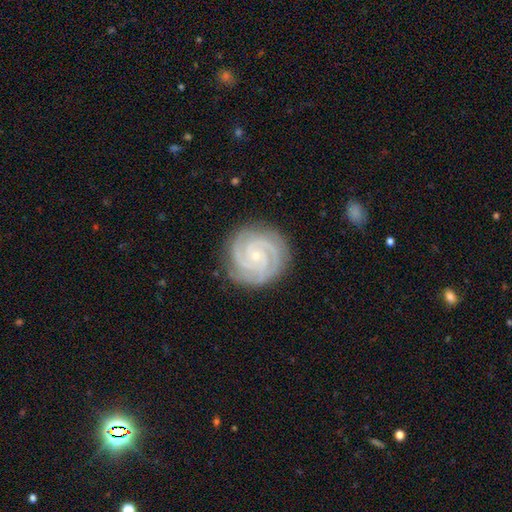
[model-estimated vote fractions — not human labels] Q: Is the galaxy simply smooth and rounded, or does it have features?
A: featured or disk — 91%.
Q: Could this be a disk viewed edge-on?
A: no — 98%.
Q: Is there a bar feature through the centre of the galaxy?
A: no — 72%.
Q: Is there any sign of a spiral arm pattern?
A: yes — 99%.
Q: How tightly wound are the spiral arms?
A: tight — 81%.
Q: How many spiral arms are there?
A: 3 — 40%.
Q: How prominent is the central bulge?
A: small — 83%.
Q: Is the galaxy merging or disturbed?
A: none — 85%.